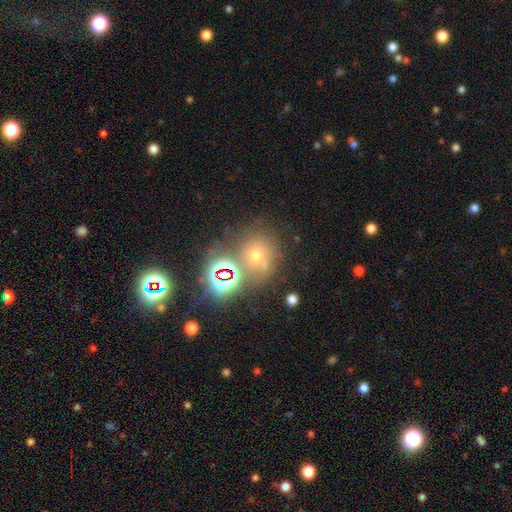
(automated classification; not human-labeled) smooth_or_featured: smooth (p=0.46) [alt: star or artifact p=0.39]
merging: none (p=0.59) [alt: merger p=0.21]